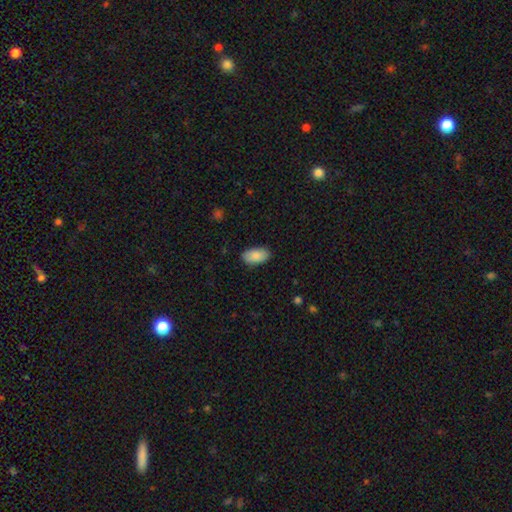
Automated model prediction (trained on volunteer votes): Smooth or featured? smooth (87%)
How rounded? in between (95%)
Merging? none (87%)